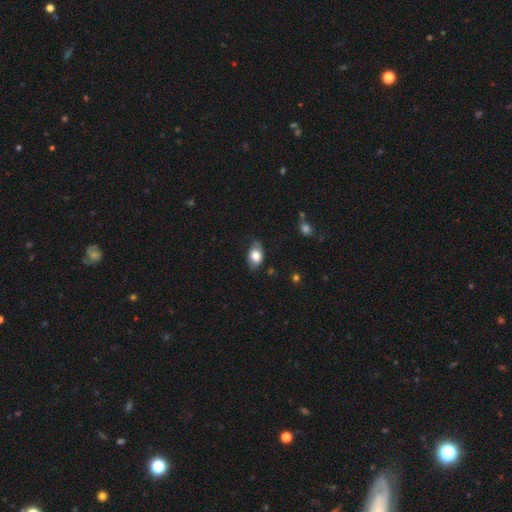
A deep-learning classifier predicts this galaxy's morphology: Smooth or featured?
  - smooth: 75% *
  - featured or disk: 17%
  - star or artifact: 8%
How rounded?
  - in between: 85% *
  - round: 13%
  - cigar-shaped: 2%
Merging?
  - none: 69% *
  - minor disturbance: 24%
  - major disturbance: 5%
  - merger: 1%